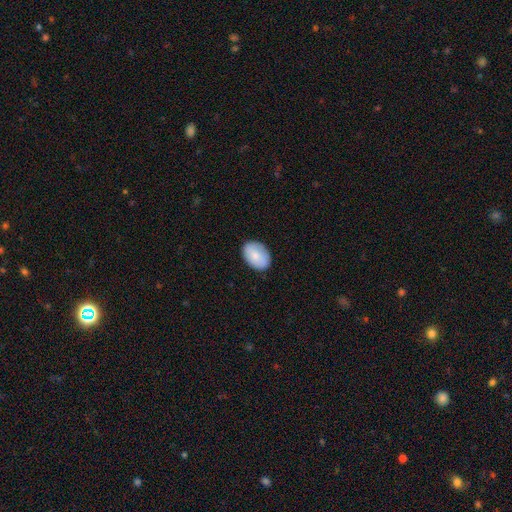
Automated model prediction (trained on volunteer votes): Smooth or featured?
  - smooth: 81% *
  - featured or disk: 13%
  - star or artifact: 6%
How rounded?
  - in between: 84% *
  - round: 15%
  - cigar-shaped: 1%
Merging?
  - none: 85% *
  - minor disturbance: 12%
  - major disturbance: 2%
  - merger: 1%